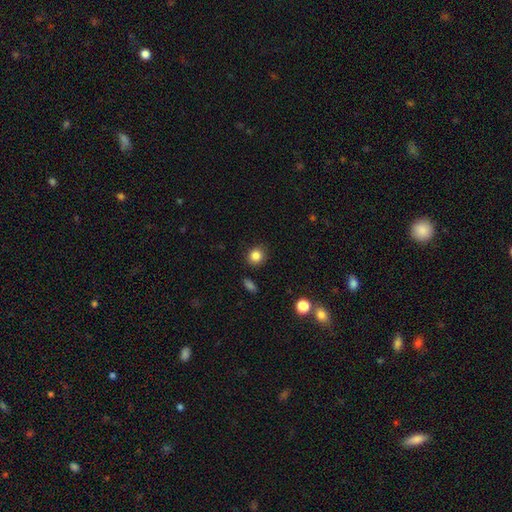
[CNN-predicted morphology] Smooth or featured?
  - smooth: 85% *
  - star or artifact: 11%
  - featured or disk: 4%
How rounded?
  - round: 83% *
  - in between: 16%
  - cigar-shaped: 1%
Merging?
  - none: 87% *
  - minor disturbance: 9%
  - major disturbance: 2%
  - merger: 2%